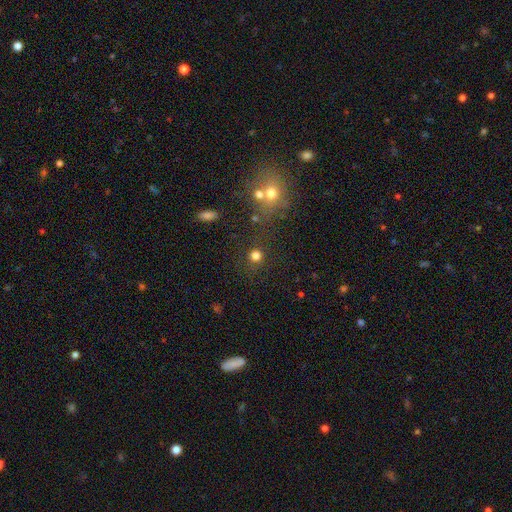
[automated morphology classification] smooth 77%, star or artifact 17%, featured or disk 6%. Down the decision tree: how rounded — round (92%); merging — none (81%).